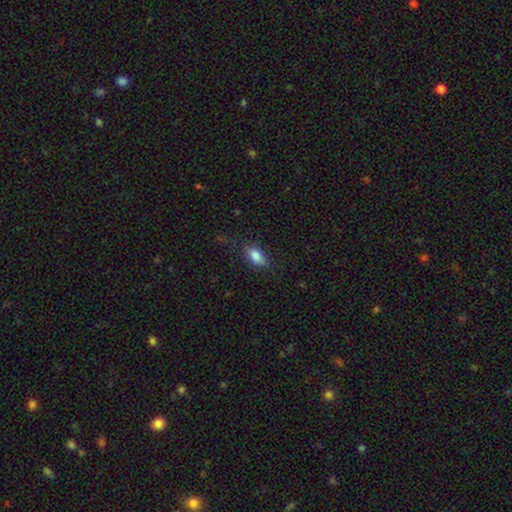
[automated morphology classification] This is clearly a smooth galaxy (85%). How rounded: clearly in between (89%). Merging: likely none (77%).